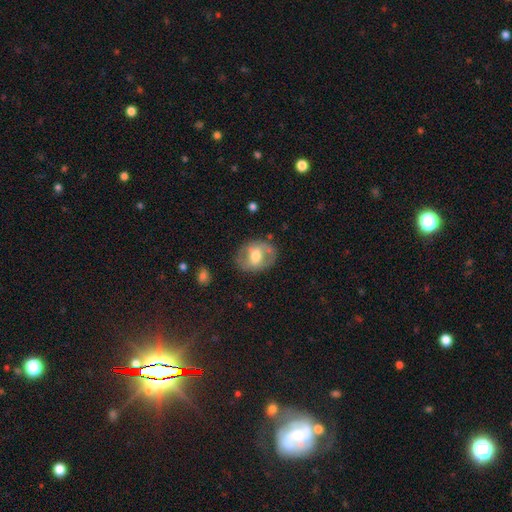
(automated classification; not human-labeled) This appears to be a featured or disk galaxy (55%) with a weak bar (43%), spiral arms (51%) and a moderate central bulge (66%). Merging: none (75%).